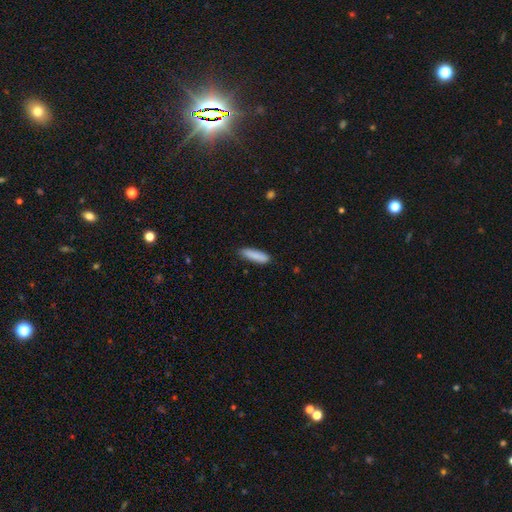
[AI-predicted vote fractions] smooth 88%, star or artifact 6%, featured or disk 6%. Down the decision tree: how rounded — cigar-shaped (69%); merging — none (87%).